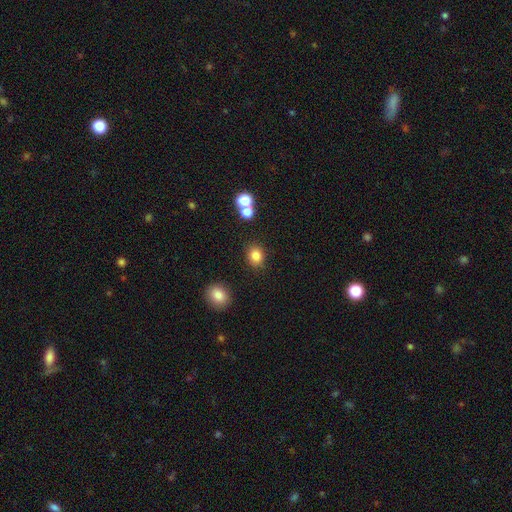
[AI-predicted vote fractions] smooth_or_featured: smooth (p=0.83) [alt: star or artifact p=0.12]
how_rounded: round (p=0.70) [alt: in between p=0.29]
merging: none (p=0.85) [alt: minor disturbance p=0.08]